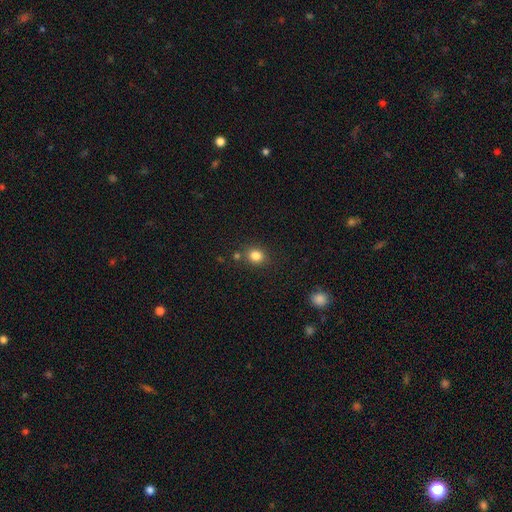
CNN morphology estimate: This appears to be a smooth galaxy with no disk features (83%) that is round (72%). Merging: none (78%).